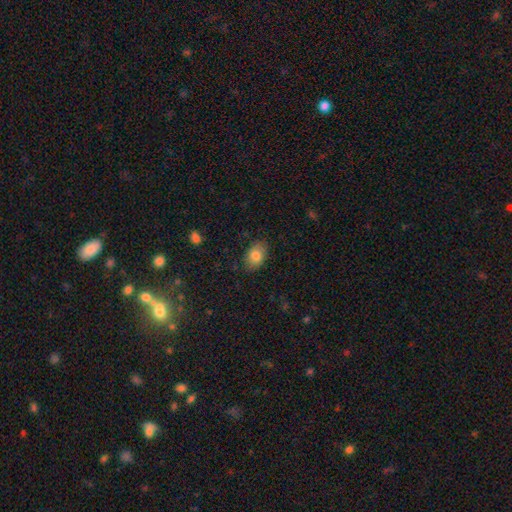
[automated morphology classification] smooth_or_featured: smooth (p=0.83) [alt: featured or disk p=0.09]
how_rounded: in between (p=0.85) [alt: round p=0.14]
merging: none (p=0.83) [alt: minor disturbance p=0.13]